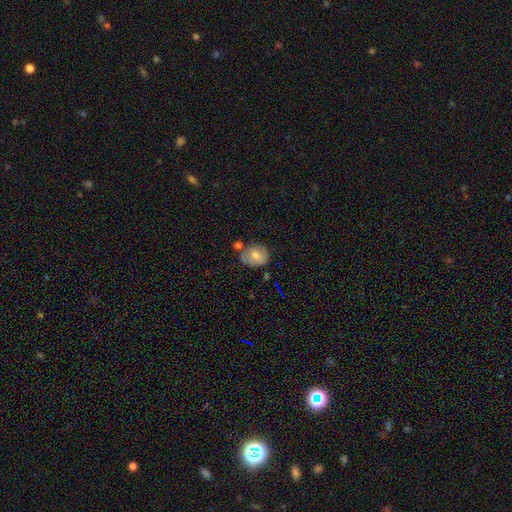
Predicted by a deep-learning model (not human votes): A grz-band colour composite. It shows a smooth galaxy with no disk features (72%) that is in between round and cigar-shaped (53%). Merging: none (53%).